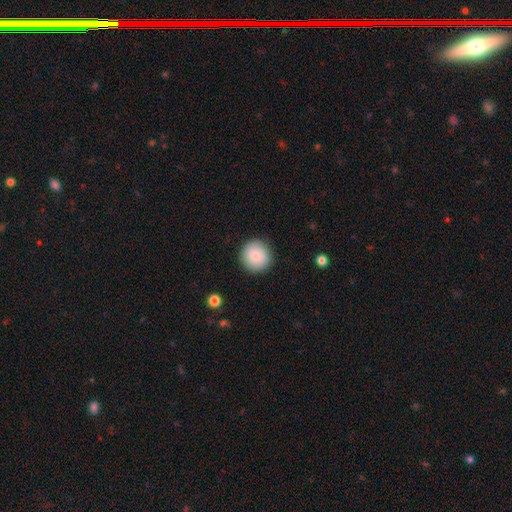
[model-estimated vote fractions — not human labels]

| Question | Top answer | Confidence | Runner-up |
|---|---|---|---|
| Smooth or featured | smooth | 82% | featured or disk (12%) |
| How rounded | round | 93% | in between (6%) |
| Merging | none | 88% | minor disturbance (8%) |